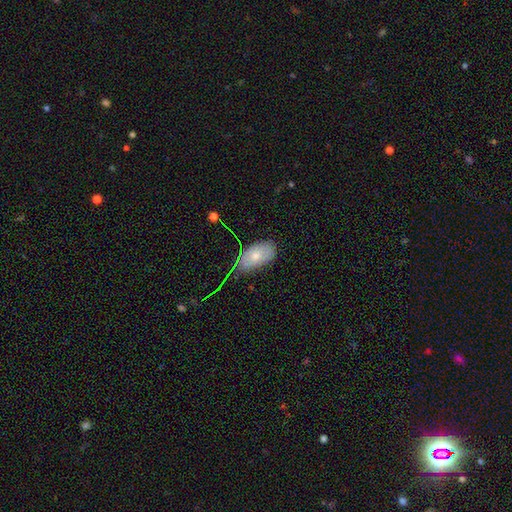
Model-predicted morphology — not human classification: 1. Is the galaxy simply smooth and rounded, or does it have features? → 64% smooth, 24% featured or disk, 12% star or artifact.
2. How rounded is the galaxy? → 92% in between, 5% round, 3% cigar-shaped.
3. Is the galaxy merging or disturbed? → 66% none, 24% minor disturbance, 7% major disturbance, 3% merger.